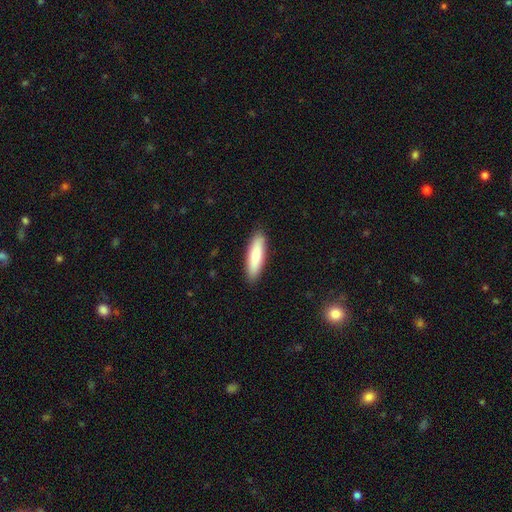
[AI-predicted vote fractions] Smooth or featured? smooth (81%)
How rounded? cigar-shaped (60%)
Merging? none (90%)